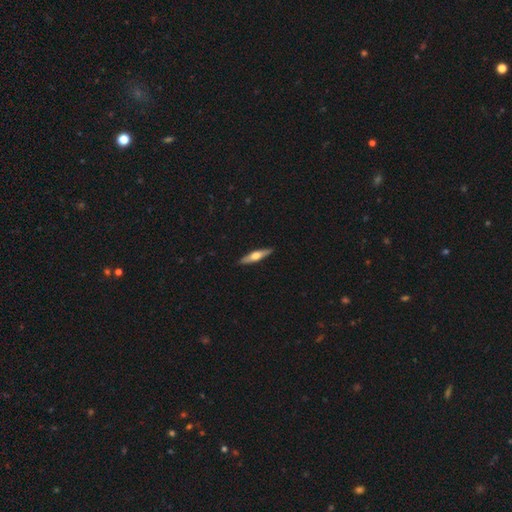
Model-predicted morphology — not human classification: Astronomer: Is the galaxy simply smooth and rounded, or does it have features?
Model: featured or disk — 51% (runner-up: smooth, 43%).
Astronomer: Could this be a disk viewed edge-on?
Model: yes — 94%.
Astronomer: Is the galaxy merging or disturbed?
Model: none — 90%.